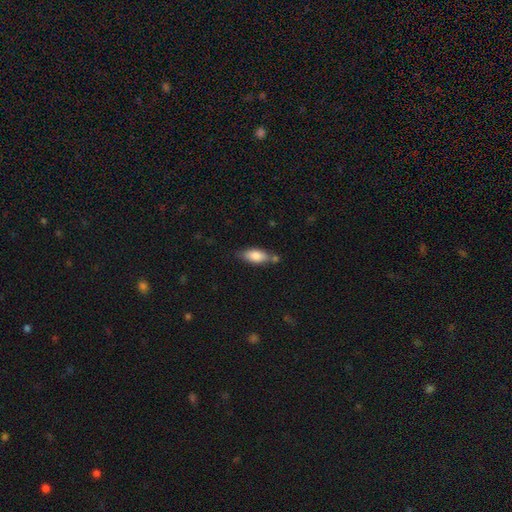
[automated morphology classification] Smooth or featured? Predicted: smooth (p=0.80). How rounded? Predicted: in between (p=0.81). Merging? Predicted: none (p=0.63).